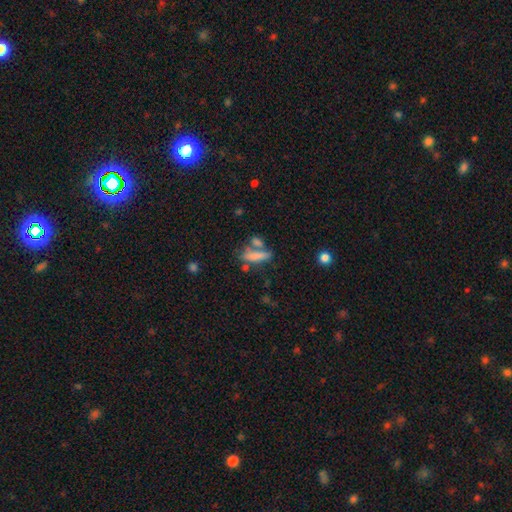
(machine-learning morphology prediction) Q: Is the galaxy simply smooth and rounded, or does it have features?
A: smooth — 74%.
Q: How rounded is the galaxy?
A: cigar-shaped — 61%.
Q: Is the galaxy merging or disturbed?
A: none — 47%.